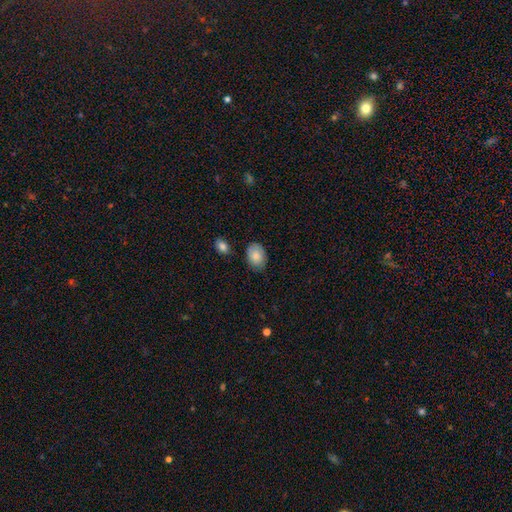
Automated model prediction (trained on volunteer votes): A smooth galaxy with no disk features (80%) that is in between round and cigar-shaped (77%). Merging: none (77%).